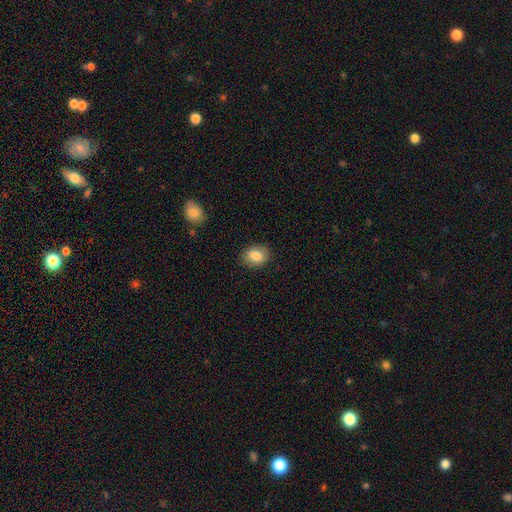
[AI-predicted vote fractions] This appears to be a smooth galaxy with no disk features (84%) that is in between round and cigar-shaped (64%). Merging: none (86%).